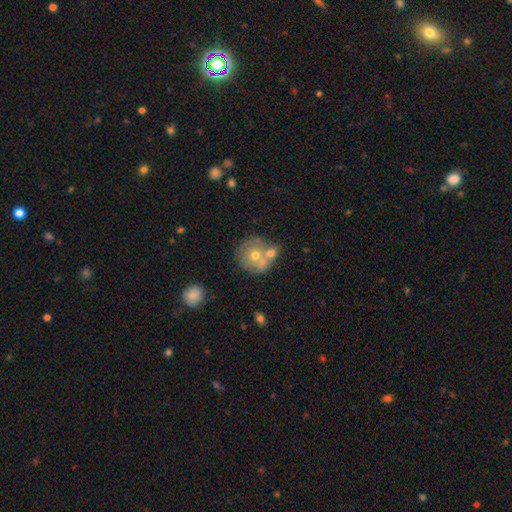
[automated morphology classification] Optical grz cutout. It shows a smooth galaxy with no disk features (56%) that is round (87%). Merging: none (44%).